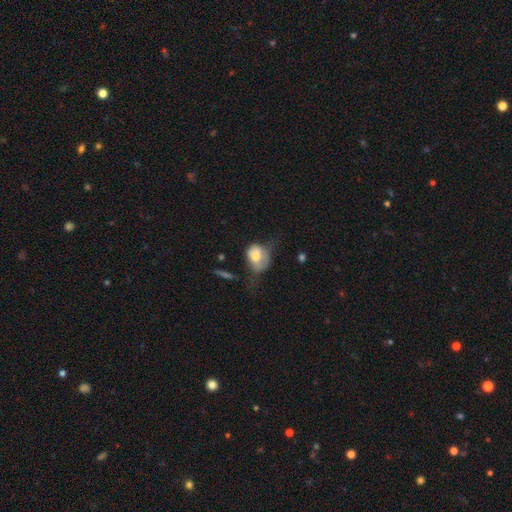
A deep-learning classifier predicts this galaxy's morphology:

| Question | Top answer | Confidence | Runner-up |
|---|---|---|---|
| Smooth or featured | smooth | 63% | featured or disk (29%) |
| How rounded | in between | 60% | round (39%) |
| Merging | major disturbance | 38% | minor disturbance (32%) |